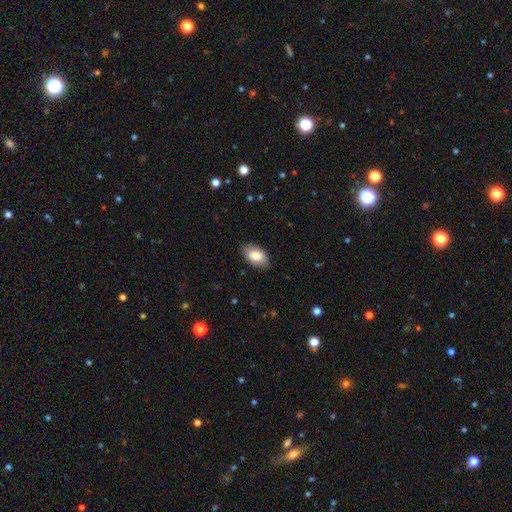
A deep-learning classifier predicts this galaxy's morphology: Smooth or featured? Predicted: smooth (p=0.82). How rounded? Predicted: in between (p=0.93). Merging? Predicted: none (p=0.86).